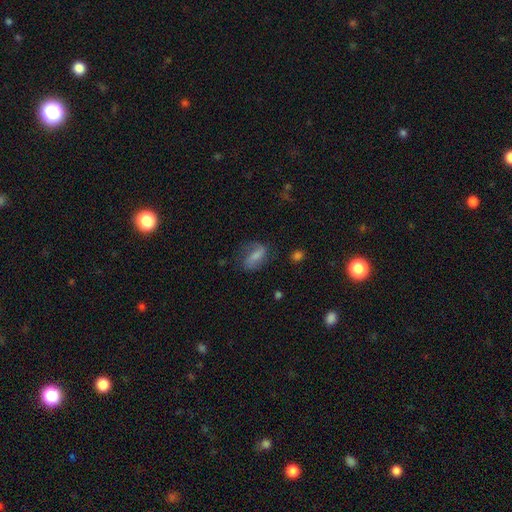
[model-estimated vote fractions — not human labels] This appears to be a smooth galaxy with no disk features (50%). Merging: none (57%).